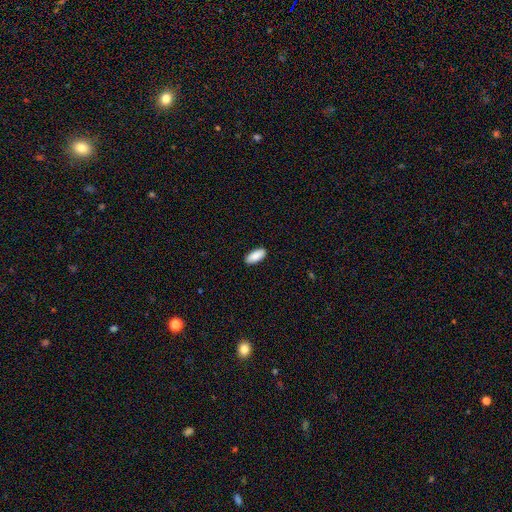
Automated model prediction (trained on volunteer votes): Overall: smooth (90%). How rounded: in between (85%). Merging: none (90%).